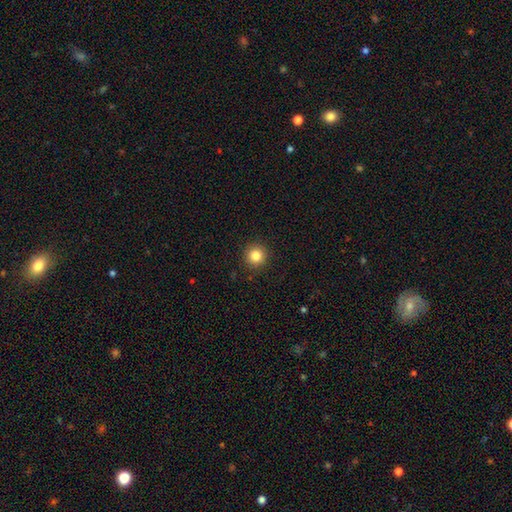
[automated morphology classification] smooth_or_featured: smooth (p=0.83) [alt: star or artifact p=0.11]
how_rounded: round (p=0.95) [alt: in between p=0.04]
merging: none (p=0.92) [alt: minor disturbance p=0.05]